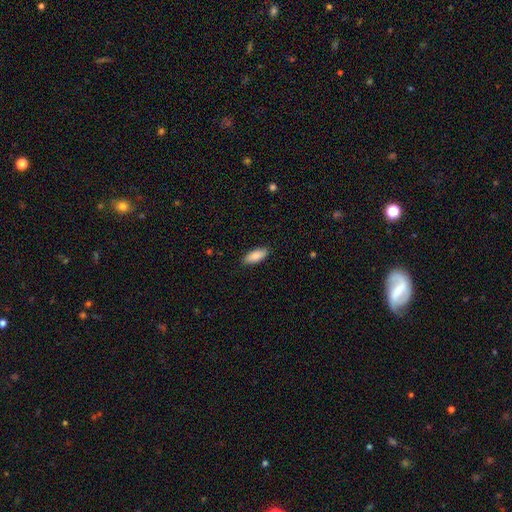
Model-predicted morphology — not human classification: type=smooth (85%); roundness=in between (79%); merging=none (88%).